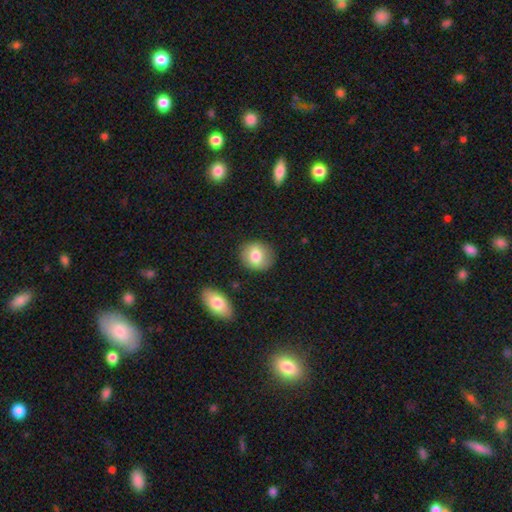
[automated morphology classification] smooth 78%, featured or disk 15%, star or artifact 7%. Down the decision tree: how rounded — round (76%); merging — none (84%).